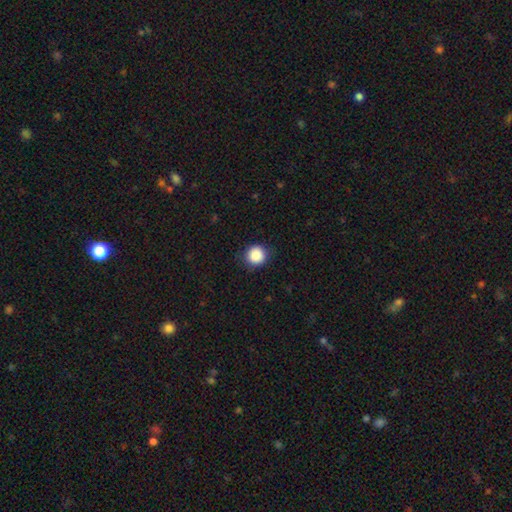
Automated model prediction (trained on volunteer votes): smooth_or_featured: smooth (p=0.88) [alt: star or artifact p=0.09]
how_rounded: round (p=0.94) [alt: in between p=0.05]
merging: none (p=0.87) [alt: minor disturbance p=0.09]